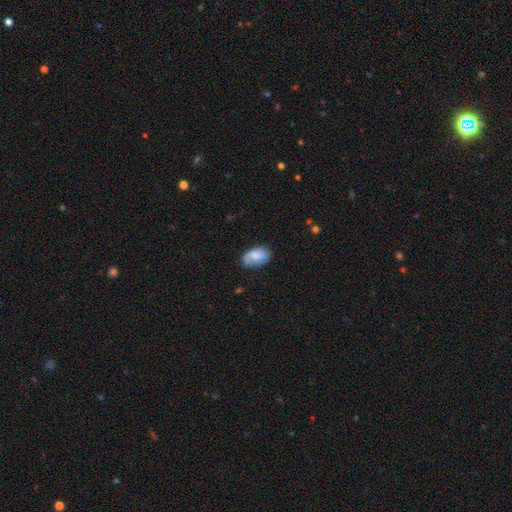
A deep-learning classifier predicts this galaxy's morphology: type=smooth (69%); roundness=in between (91%); merging=none (67%).